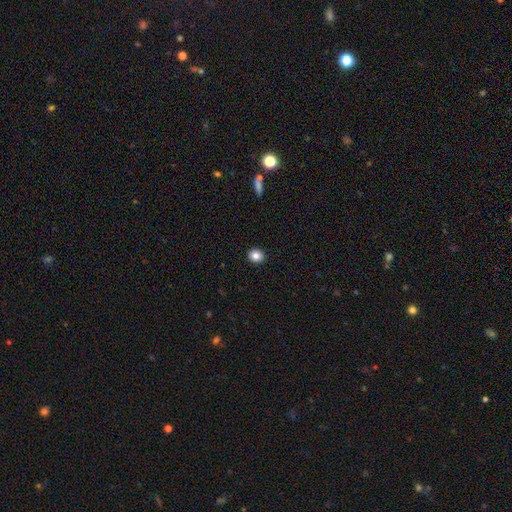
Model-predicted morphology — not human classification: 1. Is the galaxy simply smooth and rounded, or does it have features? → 85% smooth, 10% star or artifact, 5% featured or disk.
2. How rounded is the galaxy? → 77% round, 23% in between, 1% cigar-shaped.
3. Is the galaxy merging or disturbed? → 92% none, 5% minor disturbance, 2% major disturbance, 1% merger.